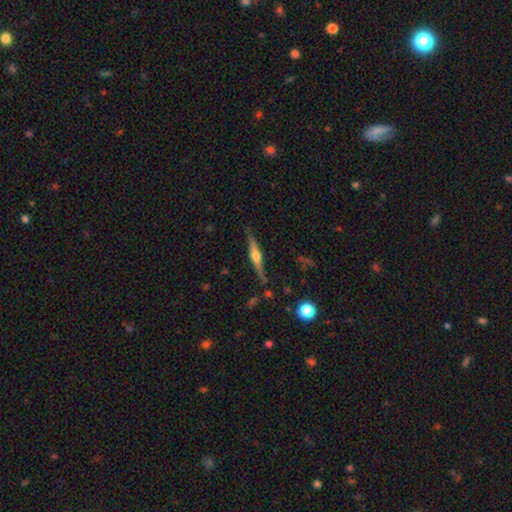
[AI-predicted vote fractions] Q: Smooth or featured?
A: featured or disk (70%); runner-up: smooth (23%)
Q: Edge-on disk?
A: yes (97%); runner-up: no (3%)
Q: Edge-on bulge?
A: rounded (87%); runner-up: boxy (8%)
Q: Merging?
A: none (82%); runner-up: minor disturbance (12%)